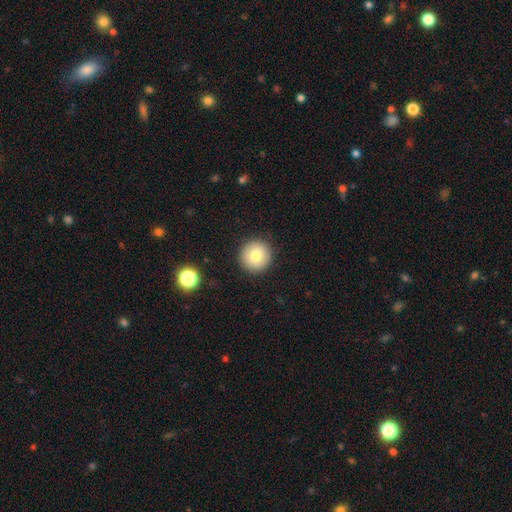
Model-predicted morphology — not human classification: Smooth or featured? Predicted: smooth (p=0.78). How rounded? Predicted: round (p=0.95). Merging? Predicted: none (p=0.92).